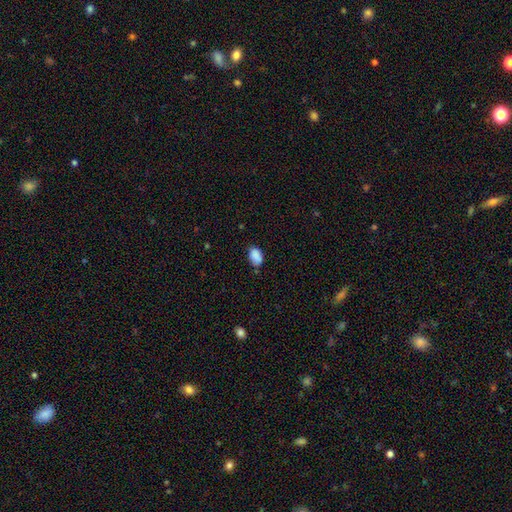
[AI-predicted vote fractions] Smooth or featured? smooth (87%)
How rounded? in between (87%)
Merging? none (70%)